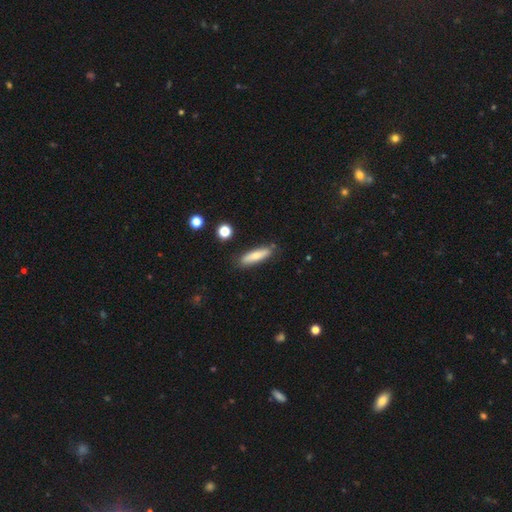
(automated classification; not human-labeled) smooth 68%, featured or disk 25%, star or artifact 7%. Down the decision tree: how rounded — cigar-shaped (73%); merging — none (82%).